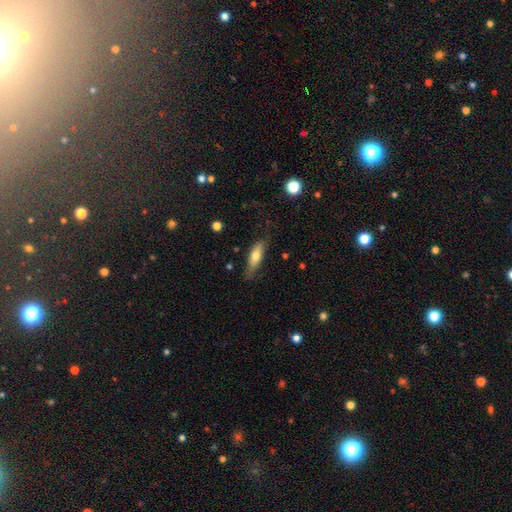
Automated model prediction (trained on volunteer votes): smooth_or_featured: smooth (p=0.67) [alt: featured or disk p=0.27]
how_rounded: in between (p=0.50) [alt: cigar-shaped p=0.48]
merging: none (p=0.70) [alt: minor disturbance p=0.23]